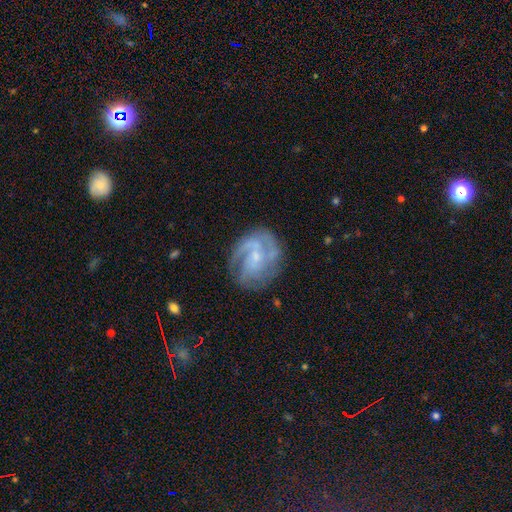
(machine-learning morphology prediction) This is clearly a featured or disk galaxy (82%). It is clearly not viewed edge-on (98%). Bar: possibly no (54%). Spiral arm pattern: clearly yes (93%). Spiral arm count: marginally 3 (34%). Spiral winding: marginally tight (44%). Central bulge: likely small (64%). Merging: likely none (70%).